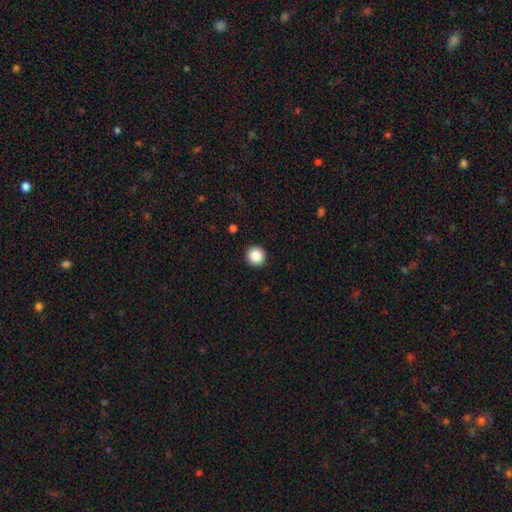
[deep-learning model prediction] Smooth or featured? Predicted: smooth (p=0.88). How rounded? Predicted: round (p=0.94). Merging? Predicted: none (p=0.93).